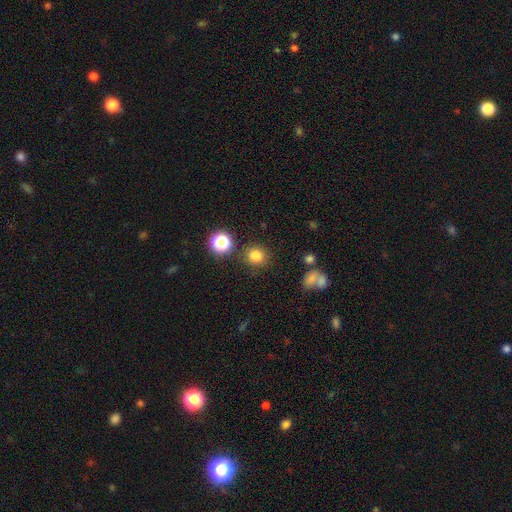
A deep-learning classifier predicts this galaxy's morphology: Overall: smooth (81%). How rounded: round (91%). Merging: none (85%).